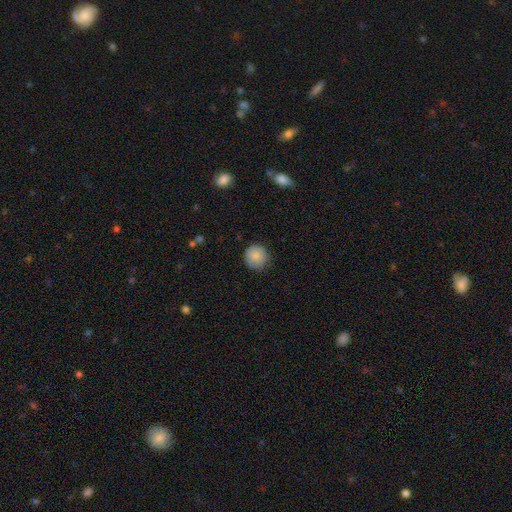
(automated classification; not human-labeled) smooth_or_featured: smooth (p=0.83) [alt: featured or disk p=0.09]
how_rounded: round (p=0.92) [alt: in between p=0.07]
merging: none (p=0.81) [alt: minor disturbance p=0.15]